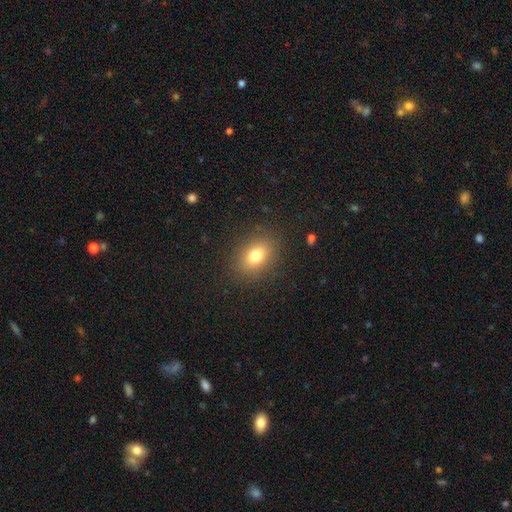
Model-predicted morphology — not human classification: type=smooth (77%); roundness=in between (68%); merging=none (87%).